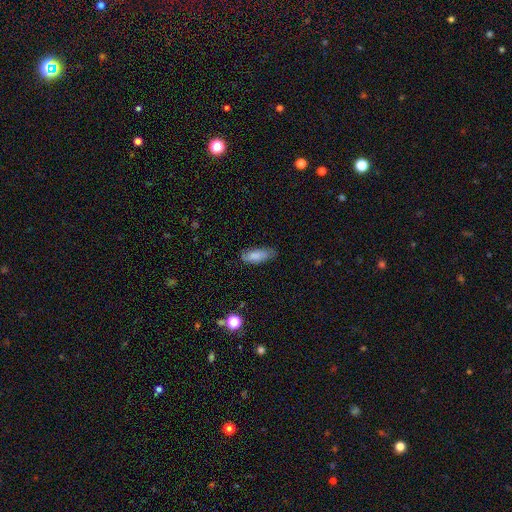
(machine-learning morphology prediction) Q: Smooth or featured?
A: smooth (80%); runner-up: featured or disk (13%)
Q: How rounded?
A: in between (71%); runner-up: cigar-shaped (26%)
Q: Merging?
A: none (72%); runner-up: minor disturbance (22%)